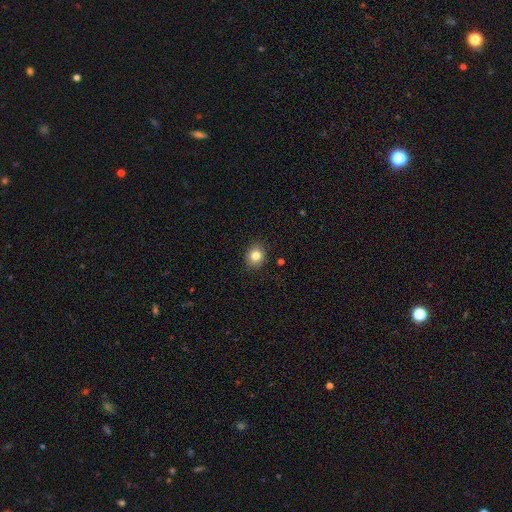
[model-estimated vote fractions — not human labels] Smooth or featured: smooth — 82% (star or artifact — 11%)
How rounded: round — 74% (in between — 25%)
Merging: none — 89% (minor disturbance — 8%)